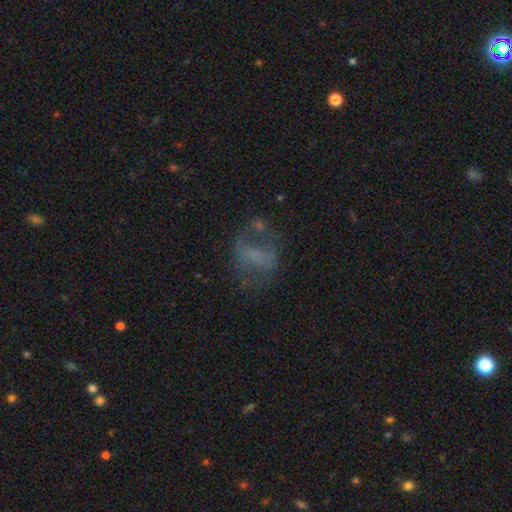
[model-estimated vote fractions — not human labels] This appears to be a featured or disk galaxy (46%). Merging: none (45%).